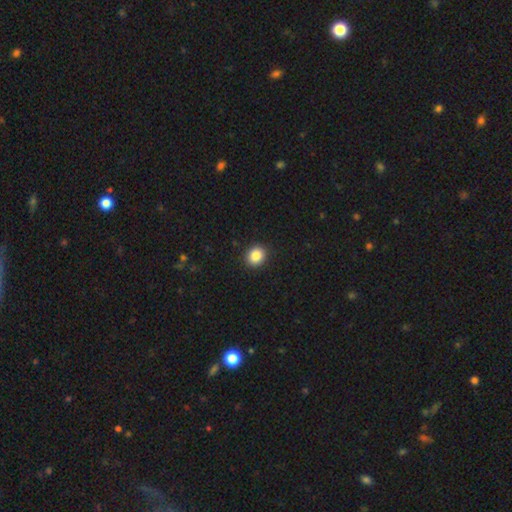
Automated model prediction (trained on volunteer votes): This appears to be a smooth galaxy with no disk features (86%) that is round (73%). Merging: none (92%).